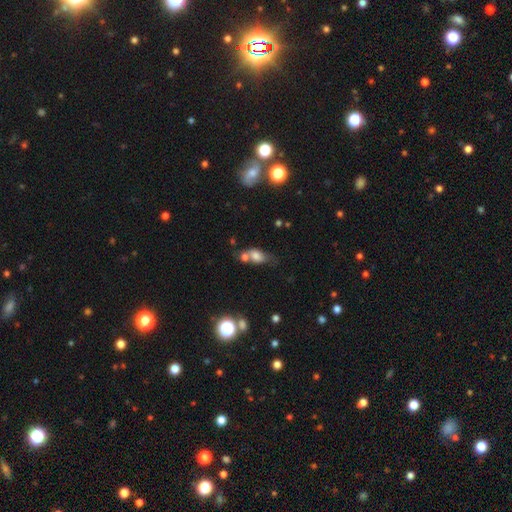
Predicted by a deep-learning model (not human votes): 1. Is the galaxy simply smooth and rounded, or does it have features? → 68% smooth, 20% featured or disk, 12% star or artifact.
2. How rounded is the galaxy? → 75% in between, 19% round, 7% cigar-shaped.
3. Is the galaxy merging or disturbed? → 48% merger, 30% none, 15% minor disturbance, 8% major disturbance.